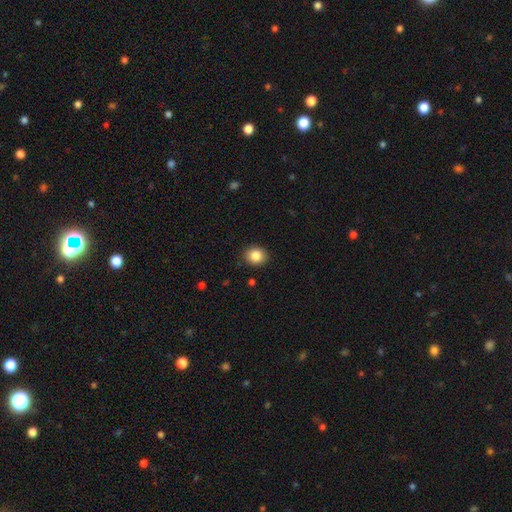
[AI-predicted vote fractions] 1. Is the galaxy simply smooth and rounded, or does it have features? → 86% smooth, 9% star or artifact, 5% featured or disk.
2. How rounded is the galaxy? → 70% round, 29% in between, 1% cigar-shaped.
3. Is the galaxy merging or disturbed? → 90% none, 7% minor disturbance, 2% major disturbance, 1% merger.